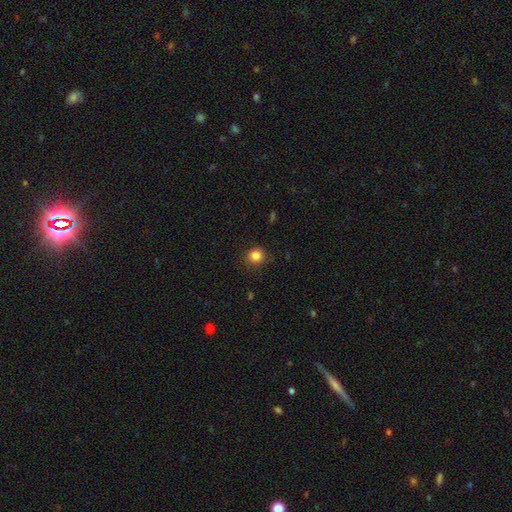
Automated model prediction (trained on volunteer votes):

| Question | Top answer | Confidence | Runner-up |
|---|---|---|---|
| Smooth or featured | smooth | 84% | star or artifact (12%) |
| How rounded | round | 87% | in between (12%) |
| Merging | none | 87% | minor disturbance (9%) |